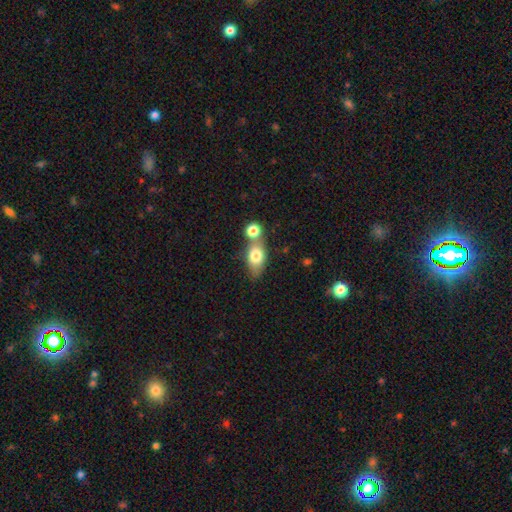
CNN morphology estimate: type=smooth (76%); roundness=in between (73%); merging=merger (45%).